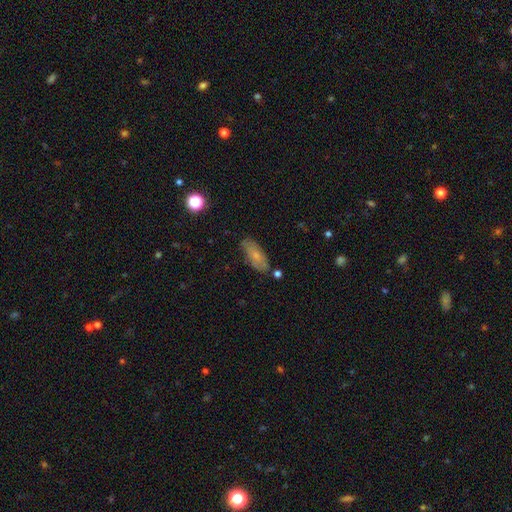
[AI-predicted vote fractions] Smooth or featured? smooth (67%)
How rounded? in between (81%)
Merging? none (74%)